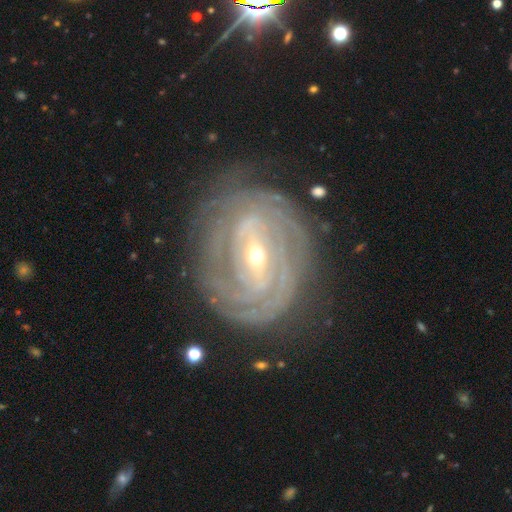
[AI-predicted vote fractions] smooth_or_featured: featured or disk (p=0.90) [alt: star or artifact p=0.05]
disk_edge_on: no (p=0.96) [alt: yes p=0.04]
bar: strong (p=0.47) [alt: weak p=0.38]
has_spiral_arms: yes (p=0.97) [alt: no p=0.03]
spiral_winding: tight (p=0.81) [alt: medium p=0.16]
spiral_arm_count: can't tell (p=0.26) [alt: 2 p=0.20]
bulge_size: small (p=0.57) [alt: moderate p=0.40]
merging: none (p=0.78) [alt: minor disturbance p=0.15]